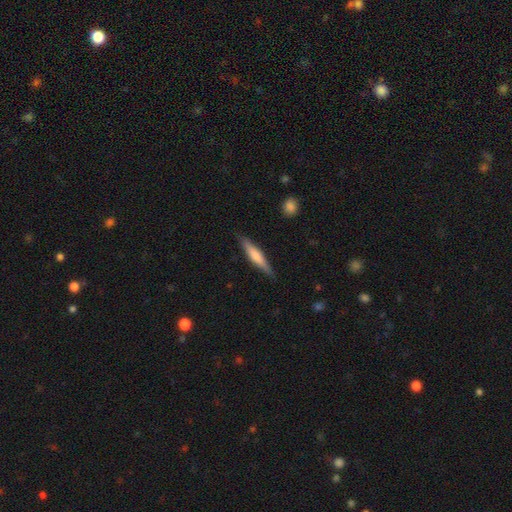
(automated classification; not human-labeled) Smooth or featured? Predicted: smooth (p=0.56). How rounded? Predicted: cigar-shaped (p=0.88). Merging? Predicted: none (p=0.87).